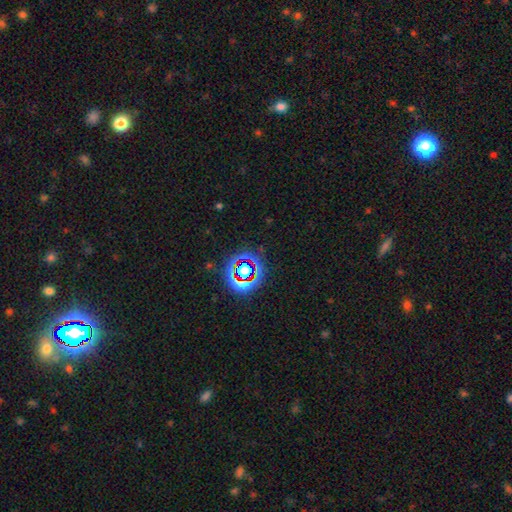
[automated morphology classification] A star or artifact, not a galaxy (78%).